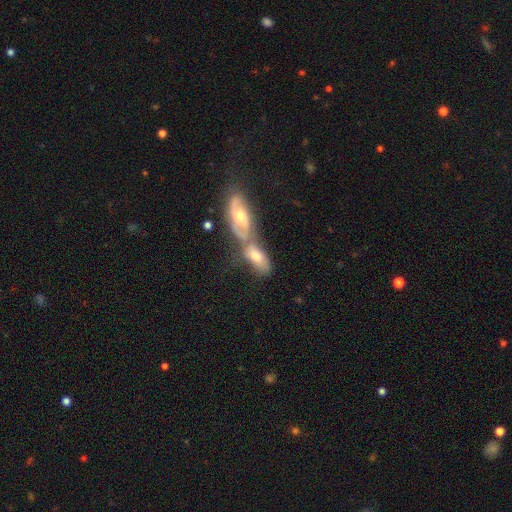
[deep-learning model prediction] A smooth galaxy with no disk features (53%) that is in between round and cigar-shaped (83%).

Vote fractions:
- Smooth or featured? smooth: 53% / featured or disk: 40% / star or artifact: 8%
- How rounded? in between: 83% / cigar-shaped: 12% / round: 5%
- Merging? merger: 65% / none: 21% / minor disturbance: 9% / major disturbance: 5%